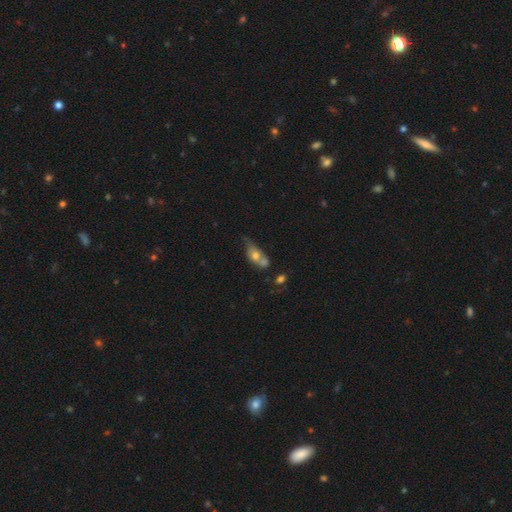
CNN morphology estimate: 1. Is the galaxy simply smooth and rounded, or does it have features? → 58% smooth, 32% featured or disk, 10% star or artifact.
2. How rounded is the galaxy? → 70% in between, 20% round, 10% cigar-shaped.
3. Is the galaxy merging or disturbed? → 51% merger, 23% none, 15% minor disturbance, 11% major disturbance.